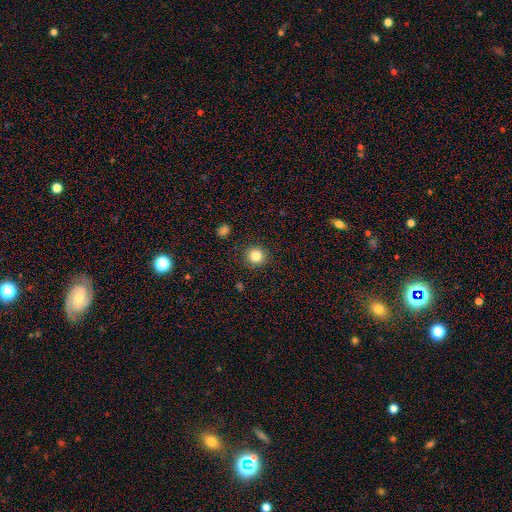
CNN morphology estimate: This is clearly a smooth galaxy (83%). How rounded: clearly round (92%). Merging: clearly none (90%).